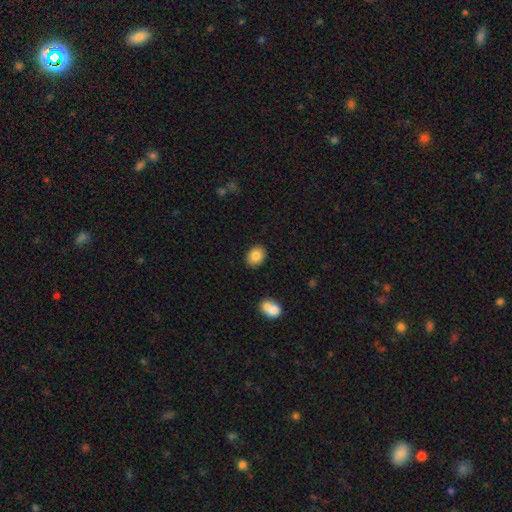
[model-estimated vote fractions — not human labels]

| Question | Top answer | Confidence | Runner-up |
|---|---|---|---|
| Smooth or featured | smooth | 84% | star or artifact (8%) |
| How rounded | in between | 61% | round (38%) |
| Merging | none | 87% | minor disturbance (9%) |